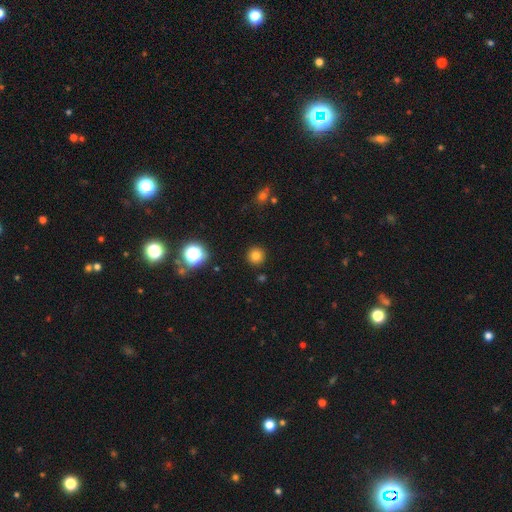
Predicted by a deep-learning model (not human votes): Q: Smooth or featured?
A: smooth (79%); runner-up: star or artifact (16%)
Q: How rounded?
A: round (95%); runner-up: in between (4%)
Q: Merging?
A: none (91%); runner-up: minor disturbance (5%)